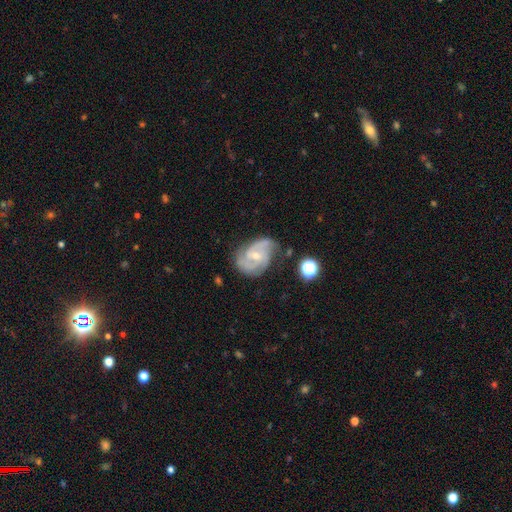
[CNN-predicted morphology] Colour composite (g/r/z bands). It shows a featured or disk galaxy (87%) with no bar (50%), 2 (42%) medium (49%) spiral arms (97%) and a small central bulge (59%). Merging: none (63%).